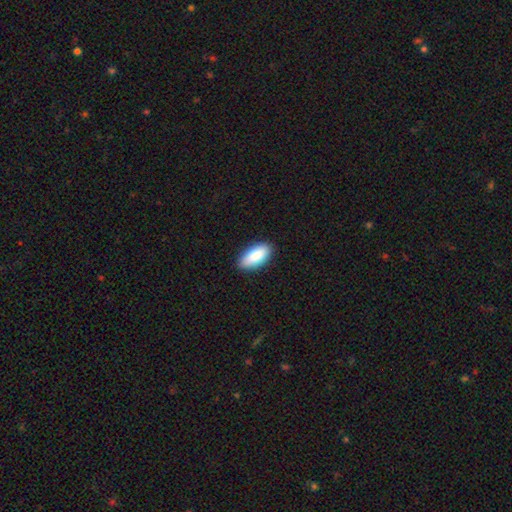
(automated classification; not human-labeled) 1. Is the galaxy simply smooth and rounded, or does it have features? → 89% smooth, 6% star or artifact, 5% featured or disk.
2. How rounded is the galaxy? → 90% in between, 8% cigar-shaped, 2% round.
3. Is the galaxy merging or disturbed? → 88% none, 9% minor disturbance, 2% major disturbance, 1% merger.